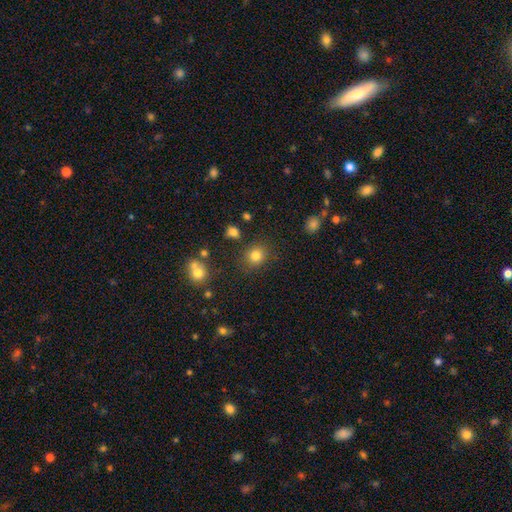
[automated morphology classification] Overall: smooth (81%). How rounded: round (81%). Merging: none (82%).